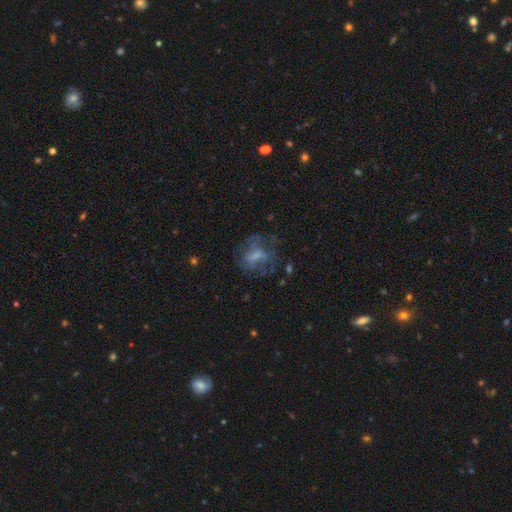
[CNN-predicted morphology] A featured or disk galaxy (44%). Merging: none (49%).